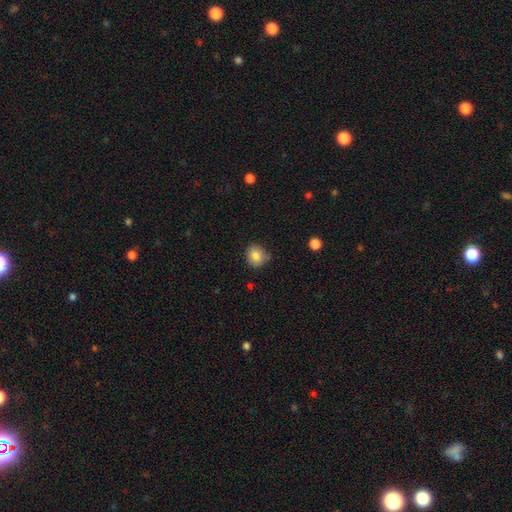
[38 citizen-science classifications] Smooth or featured? smooth (87%)
How rounded? round (70%)
Merging? none (57%)